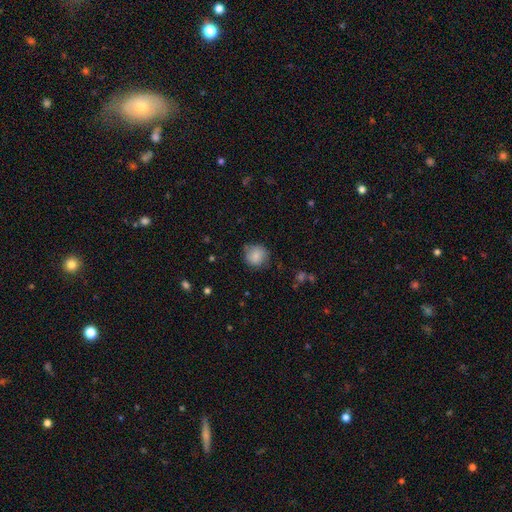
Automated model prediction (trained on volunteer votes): A smooth galaxy with no disk features (83%) that is round (86%). Merging: none (73%).